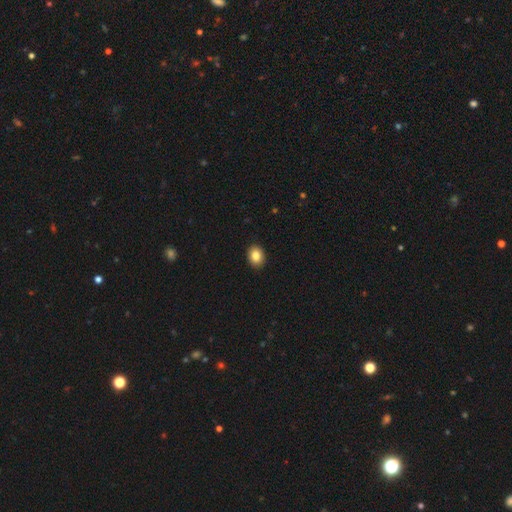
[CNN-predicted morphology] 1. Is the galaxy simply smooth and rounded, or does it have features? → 85% smooth, 9% star or artifact, 6% featured or disk.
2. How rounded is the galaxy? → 51% in between, 48% round, 1% cigar-shaped.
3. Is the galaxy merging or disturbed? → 92% none, 6% minor disturbance, 1% major disturbance, 1% merger.